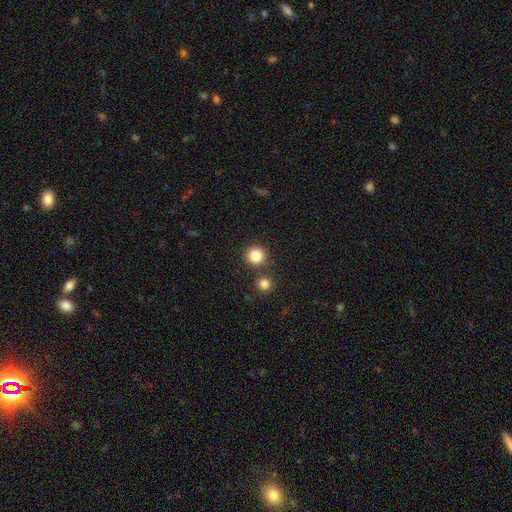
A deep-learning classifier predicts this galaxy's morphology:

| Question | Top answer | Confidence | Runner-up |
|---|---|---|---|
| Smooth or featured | smooth | 84% | star or artifact (11%) |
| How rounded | round | 92% | in between (7%) |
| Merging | none | 81% | merger (10%) |